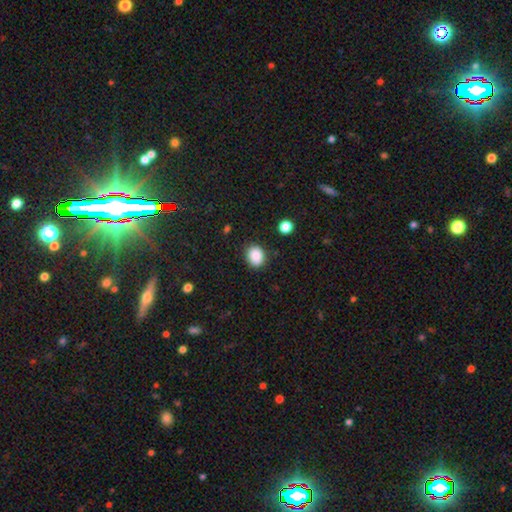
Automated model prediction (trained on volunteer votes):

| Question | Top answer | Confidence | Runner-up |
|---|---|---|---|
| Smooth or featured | smooth | 87% | star or artifact (9%) |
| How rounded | round | 54% | in between (45%) |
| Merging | none | 85% | minor disturbance (10%) |